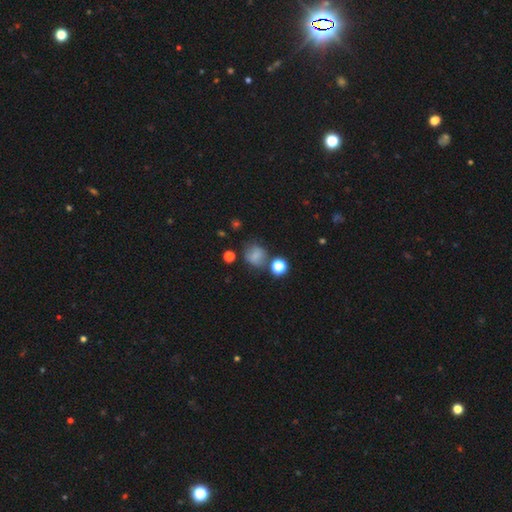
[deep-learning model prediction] Smooth or featured?
  - smooth: 67% *
  - star or artifact: 17%
  - featured or disk: 16%
How rounded?
  - round: 67% *
  - in between: 31%
  - cigar-shaped: 1%
Merging?
  - none: 59% *
  - minor disturbance: 21%
  - major disturbance: 10%
  - merger: 10%